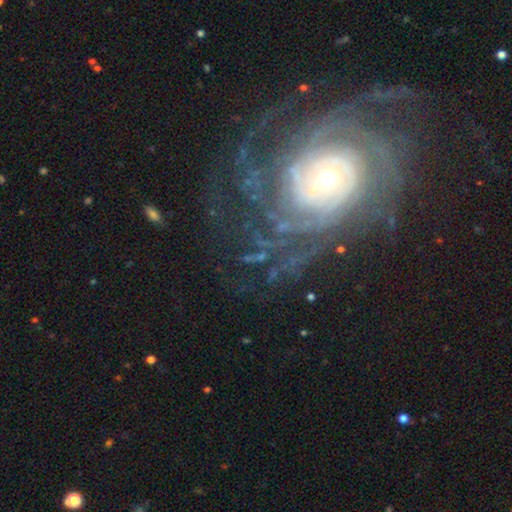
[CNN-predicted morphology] A featured or disk galaxy (87%) with no bar (54%), tight (74%) spiral arms (97%) and a moderate central bulge (56%).

Vote fractions:
- Smooth or featured? featured or disk: 87% / star or artifact: 8% / smooth: 5%
- Edge-on disk? no: 97% / yes: 3%
- Bar? no: 54% / weak: 27% / strong: 19%
- Spiral arms? yes: 97% / no: 3%
- Spiral winding? tight: 74% / medium: 20% / loose: 5%
- Spiral arm count? can't tell: 27% / more than 4: 22% / 4: 15% / 2: 14% / 3: 14% / 1: 8%
- Bulge size? moderate: 56% / small: 34% / large: 7% / dominant: 1% / none: 1%
- Merging? none: 69% / minor disturbance: 15% / major disturbance: 14% / merger: 2%